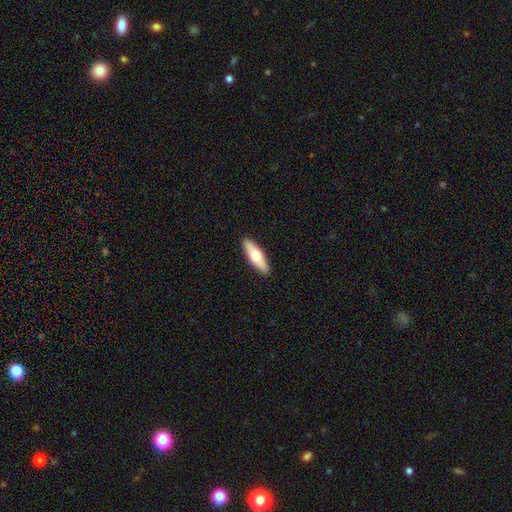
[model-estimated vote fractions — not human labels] Q: Smooth or featured?
A: smooth (59%); runner-up: featured or disk (35%)
Q: How rounded?
A: in between (50%); runner-up: cigar-shaped (48%)
Q: Merging?
A: none (91%); runner-up: minor disturbance (7%)